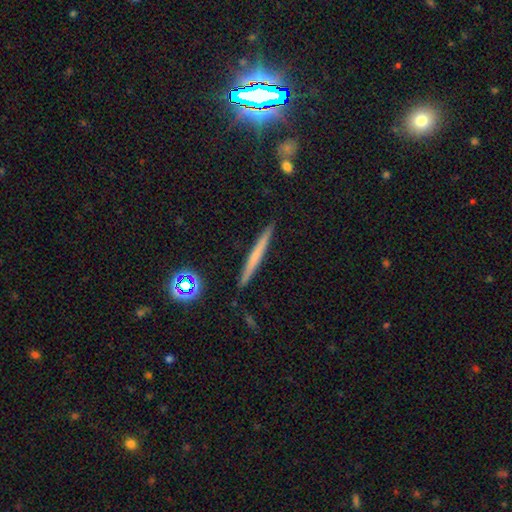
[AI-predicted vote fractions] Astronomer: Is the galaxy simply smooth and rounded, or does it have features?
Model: smooth — 50% (runner-up: featured or disk, 41%).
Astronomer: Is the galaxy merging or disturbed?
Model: none — 91%.